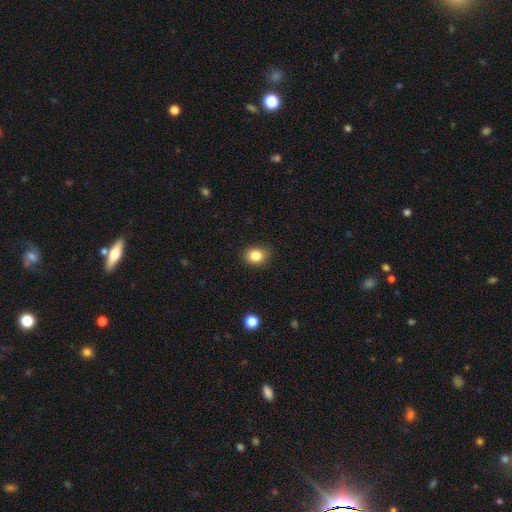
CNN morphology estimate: smooth 84%, star or artifact 11%, featured or disk 6%. Down the decision tree: how rounded — round (56%); merging — none (82%).